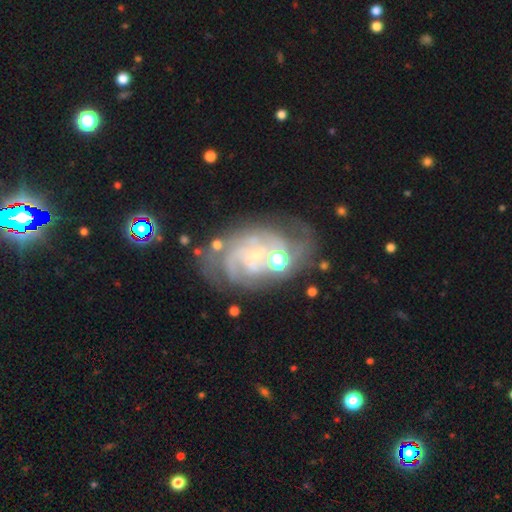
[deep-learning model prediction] Smooth or featured? Predicted: featured or disk (p=0.81). Edge-on disk? Predicted: no (p=0.97). Bar? Predicted: no (p=0.65). Spiral arms? Predicted: yes (p=0.93). Spiral winding? Predicted: tight (p=0.55). Spiral arm count? Predicted: can't tell (p=0.30). Bulge size? Predicted: small (p=0.54). Merging? Predicted: none (p=0.55).